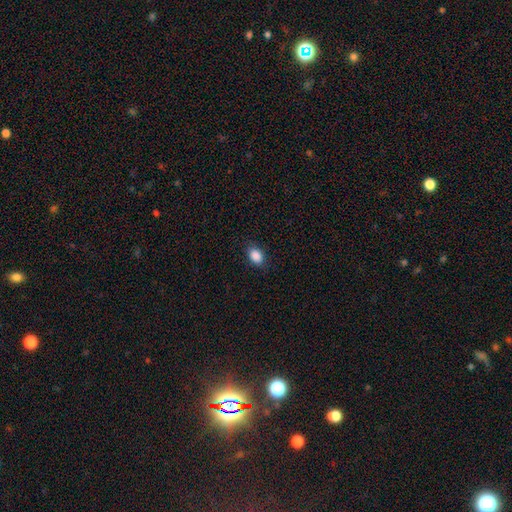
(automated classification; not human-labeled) The model was most divided on "how rounded": in between: 79%, round: 20%, cigar-shaped: 1%. More confident: smooth or featured — smooth (89%); merging — none (85%).